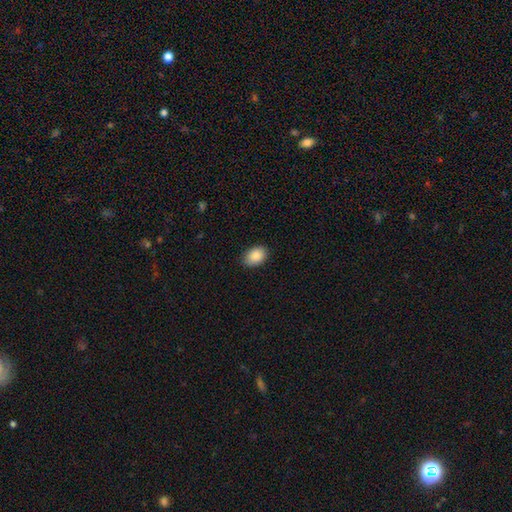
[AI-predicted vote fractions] The model was most divided on "how rounded": in between: 84%, round: 15%, cigar-shaped: 1%. More confident: smooth or featured — smooth (89%); merging — none (85%).